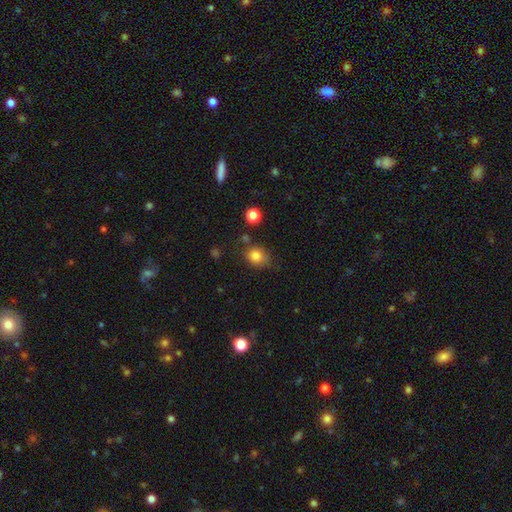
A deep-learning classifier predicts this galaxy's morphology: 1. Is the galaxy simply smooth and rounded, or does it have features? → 82% smooth, 11% star or artifact, 7% featured or disk.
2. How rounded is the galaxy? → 68% round, 31% in between, 1% cigar-shaped.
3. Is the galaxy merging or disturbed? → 68% none, 20% minor disturbance, 7% merger, 5% major disturbance.